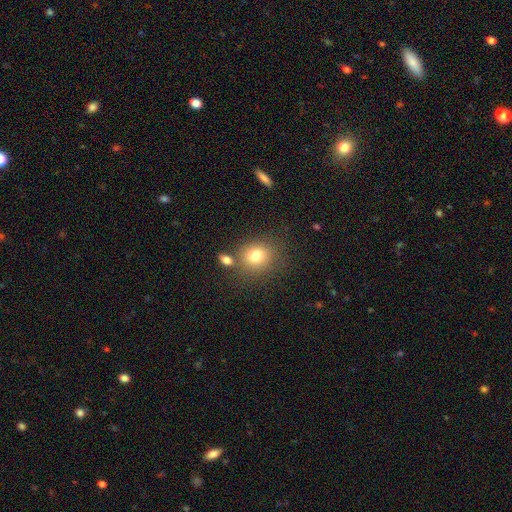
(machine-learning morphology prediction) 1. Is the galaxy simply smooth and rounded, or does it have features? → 78% smooth, 12% star or artifact, 10% featured or disk.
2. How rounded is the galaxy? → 73% round, 26% in between, 1% cigar-shaped.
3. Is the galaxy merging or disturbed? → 71% none, 13% merger, 12% minor disturbance, 5% major disturbance.